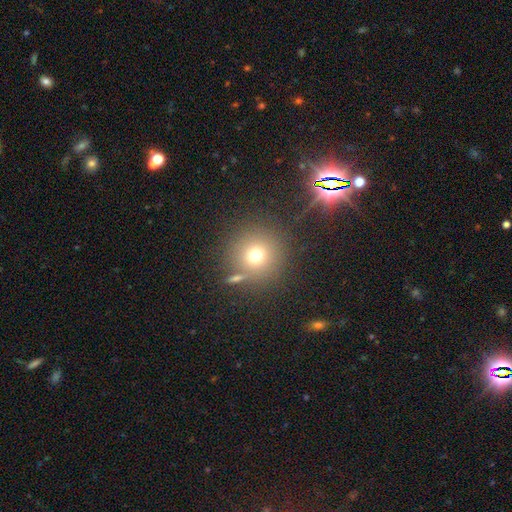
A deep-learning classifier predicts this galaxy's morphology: Smooth or featured? smooth (70%)
How rounded? round (94%)
Merging? none (79%)